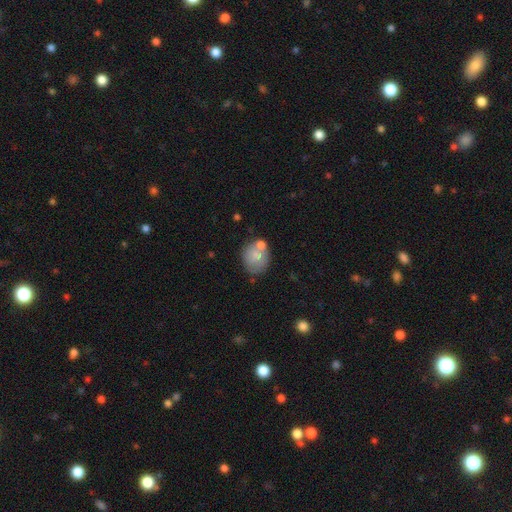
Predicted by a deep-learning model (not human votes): This is likely a smooth galaxy (71%). How rounded: likely round (66%). Merging: possibly none (55%).